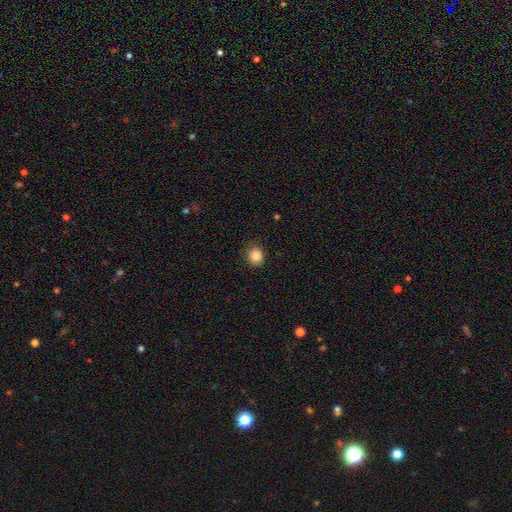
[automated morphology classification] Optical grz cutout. It shows a smooth galaxy with no disk features (86%) that is round (76%). Merging: none (87%).